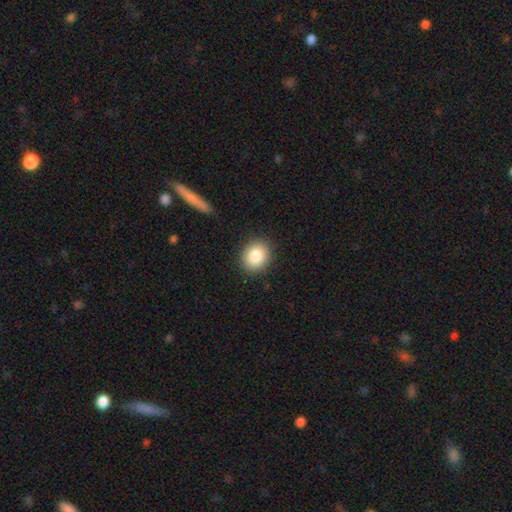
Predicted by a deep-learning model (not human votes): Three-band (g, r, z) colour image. It shows a smooth galaxy with no disk features (85%) that is round (65%). Merging: none (89%).